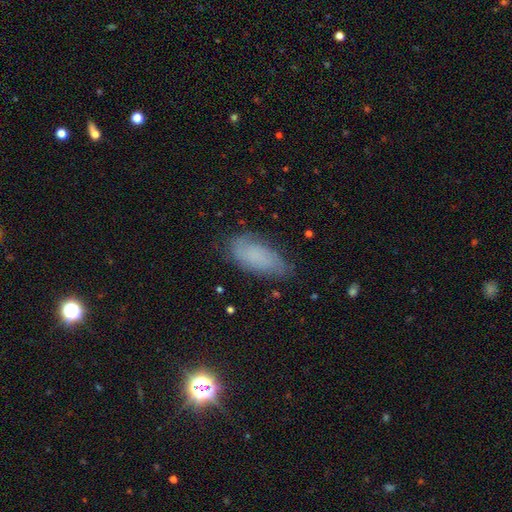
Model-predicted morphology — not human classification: A smooth galaxy with no disk features (61%) that is in between round and cigar-shaped (86%). Merging: none (66%).